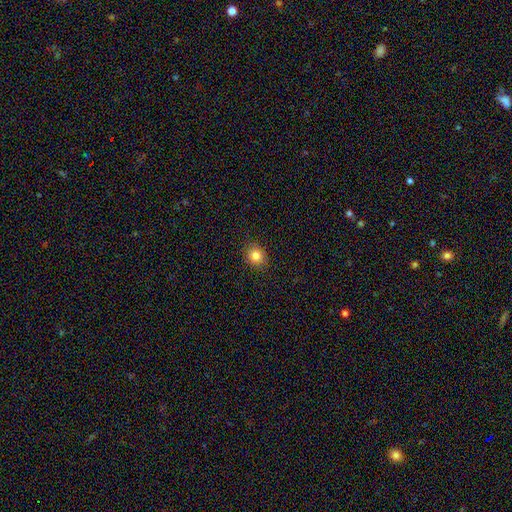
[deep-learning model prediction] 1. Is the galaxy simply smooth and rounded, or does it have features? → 83% smooth, 11% star or artifact, 6% featured or disk.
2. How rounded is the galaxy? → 70% round, 29% in between, 1% cigar-shaped.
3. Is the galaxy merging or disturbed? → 89% none, 8% minor disturbance, 2% major disturbance, 1% merger.